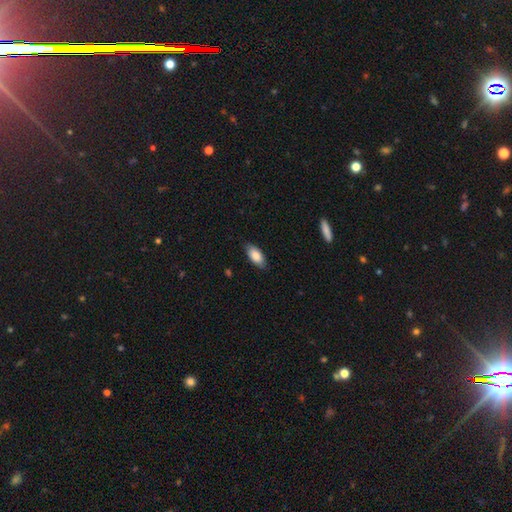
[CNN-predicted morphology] A smooth galaxy with no disk features (84%) that is in between round and cigar-shaped (90%). Merging: none (83%).